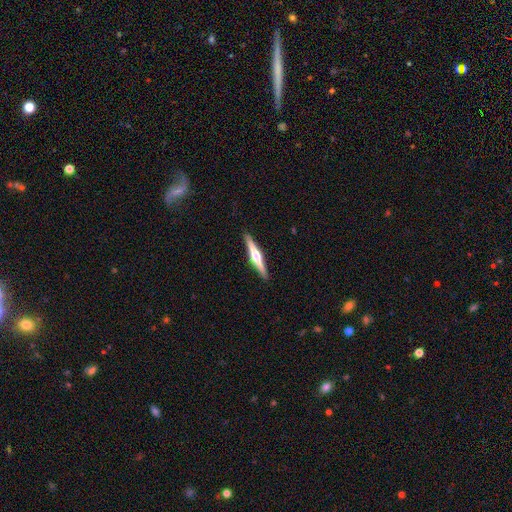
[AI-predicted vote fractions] A featured or disk galaxy (73%) viewed edge-on (98%) with a rounded central bulge (92%).

Vote fractions:
- Smooth or featured? featured or disk: 73% / smooth: 22% / star or artifact: 5%
- Edge-on disk? yes: 98% / no: 2%
- Edge-on bulge? rounded: 92% / boxy: 5% / none: 3%
- Merging? none: 92% / minor disturbance: 6% / major disturbance: 1% / merger: 1%